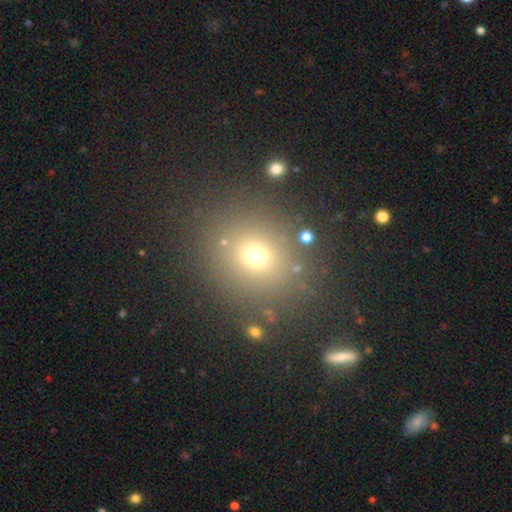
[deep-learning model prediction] A smooth galaxy with no disk features (67%) that is round (83%). Merging: none (84%).